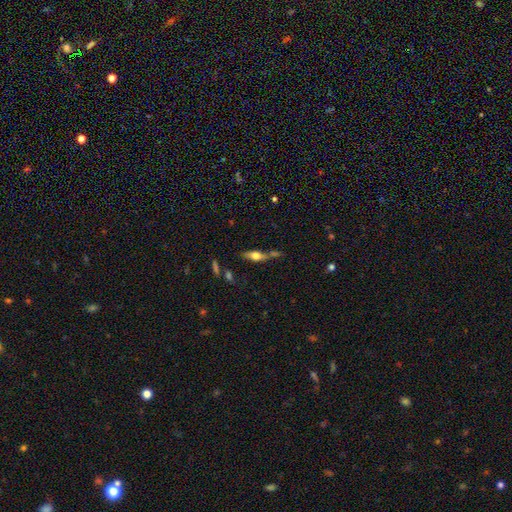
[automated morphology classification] type=smooth (55%); roundness=in between (57%); merging=none (52%).